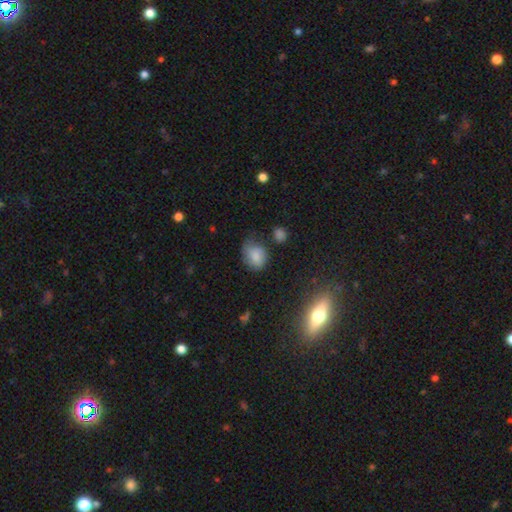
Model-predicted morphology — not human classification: smooth 78%, star or artifact 11%, featured or disk 11%. Down the decision tree: how rounded — in between (58%); merging — none (47%).